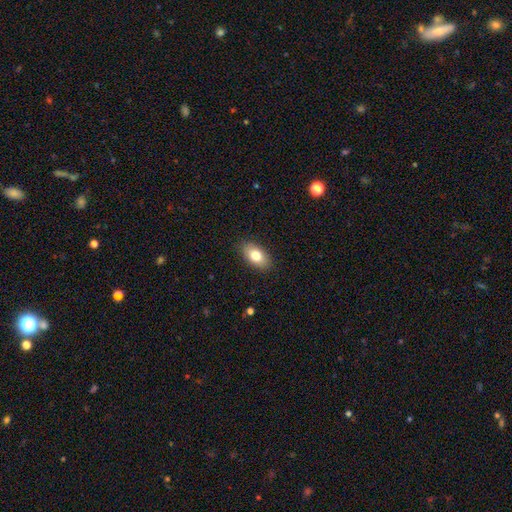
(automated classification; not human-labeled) A smooth galaxy with no disk features (78%) that is in between round and cigar-shaped (91%). Merging: none (87%).